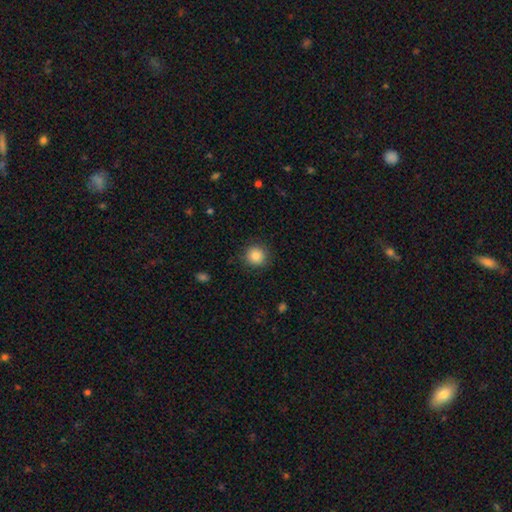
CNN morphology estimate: smooth-or-featured: smooth: 86% | star or artifact: 10% | featured or disk: 5%
  how-rounded: round: 94% | in between: 6% | cigar-shaped: 1%
  merging: none: 88% | minor disturbance: 8% | major disturbance: 3% | merger: 1%